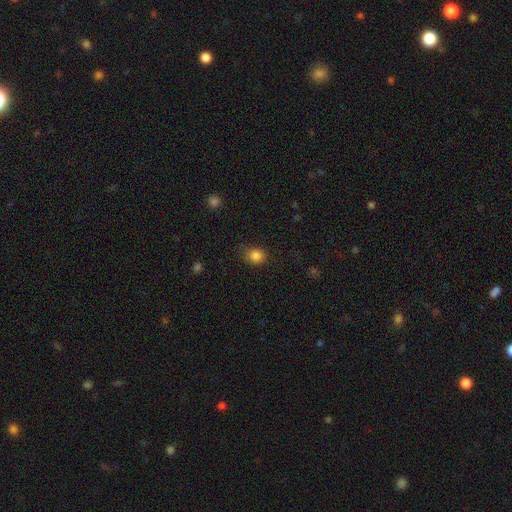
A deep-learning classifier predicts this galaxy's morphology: This appears to be a smooth galaxy with no disk features (84%) that is round (66%). Merging: none (75%).